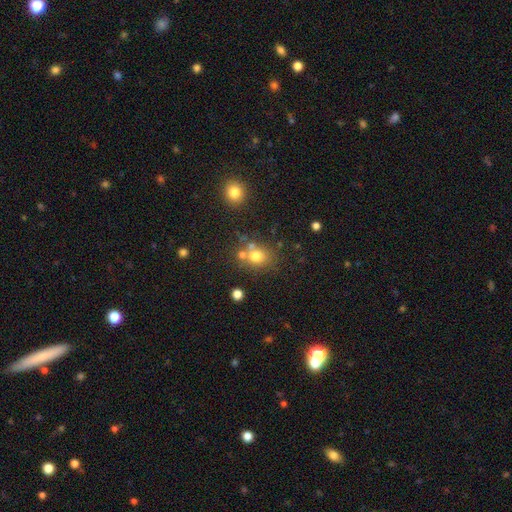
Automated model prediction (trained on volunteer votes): This appears to be a smooth galaxy with no disk features (73%) that is round (71%). Merging: none (60%).